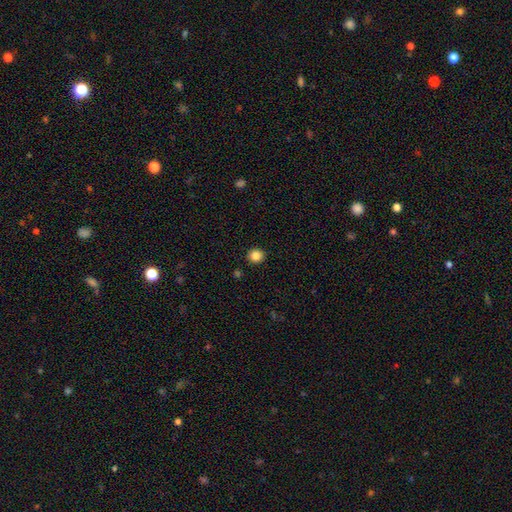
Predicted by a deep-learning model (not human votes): Overall: smooth (85%). How rounded: round (87%). Merging: none (92%).